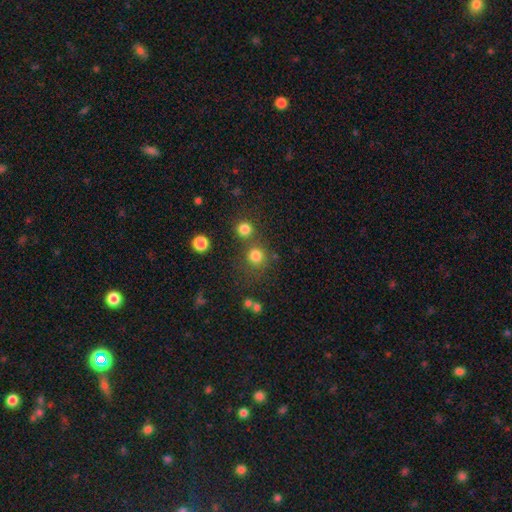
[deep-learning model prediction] Smooth or featured? smooth (80%)
How rounded? round (91%)
Merging? none (68%)